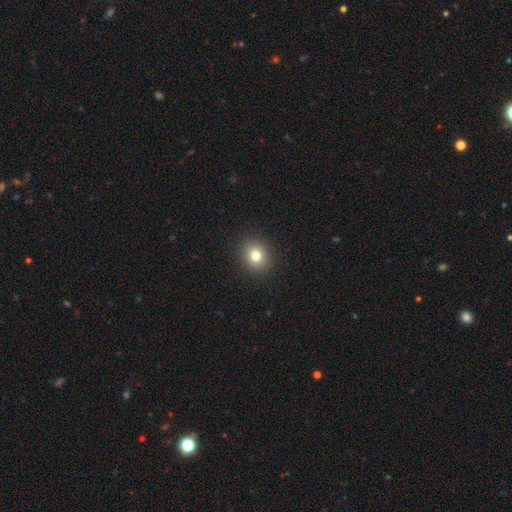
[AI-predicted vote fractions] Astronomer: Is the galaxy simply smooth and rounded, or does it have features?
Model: smooth — 78%.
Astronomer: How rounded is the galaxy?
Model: round — 82%.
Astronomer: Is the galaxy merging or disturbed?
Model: none — 91%.